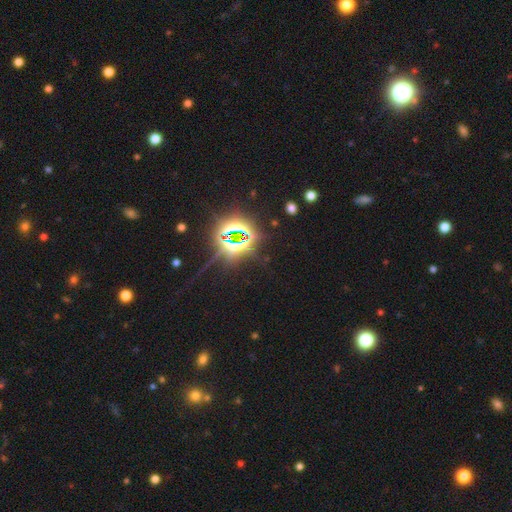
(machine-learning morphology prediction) Smooth or featured? star or artifact (80%)